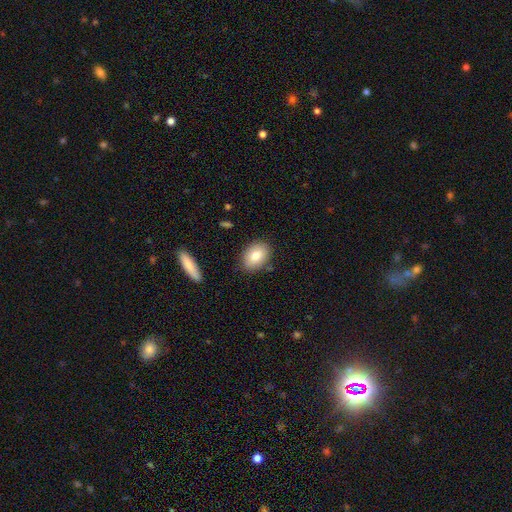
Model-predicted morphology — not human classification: A smooth galaxy with no disk features (79%) that is in between round and cigar-shaped (76%).

Vote fractions:
- Smooth or featured? smooth: 79% / featured or disk: 14% / star or artifact: 8%
- How rounded? in between: 76% / round: 23% / cigar-shaped: 2%
- Merging? none: 83% / minor disturbance: 12% / merger: 3% / major disturbance: 3%